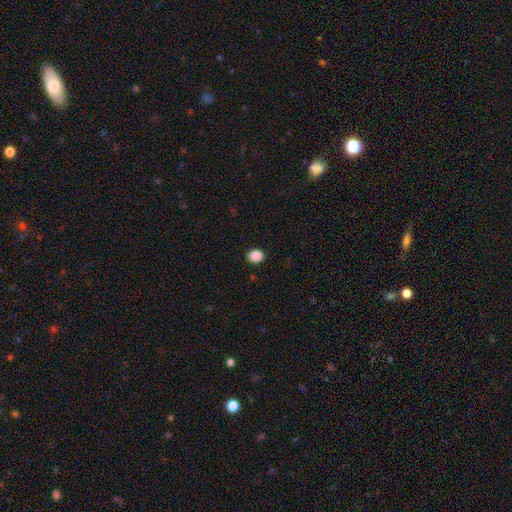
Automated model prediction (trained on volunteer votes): smooth_or_featured: smooth (p=0.89) [alt: star or artifact p=0.09]
how_rounded: round (p=0.59) [alt: in between p=0.40]
merging: none (p=0.90) [alt: minor disturbance p=0.07]